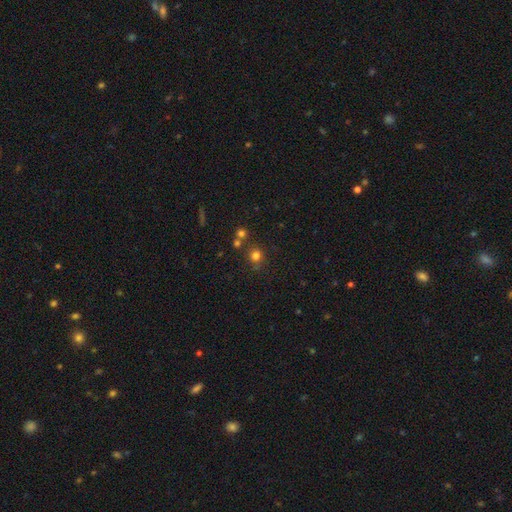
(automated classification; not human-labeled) Overall: smooth (75%). How rounded: round (88%). Merging: none (72%).